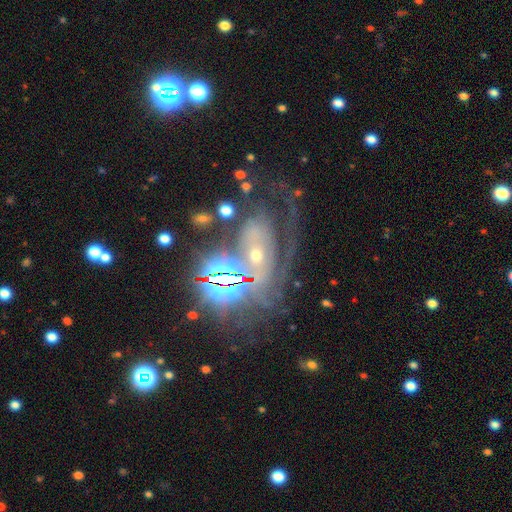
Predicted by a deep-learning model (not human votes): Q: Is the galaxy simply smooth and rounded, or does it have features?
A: featured or disk — 63%.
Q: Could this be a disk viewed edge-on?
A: no — 92%.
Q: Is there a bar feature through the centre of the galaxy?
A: no — 62%.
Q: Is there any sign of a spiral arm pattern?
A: yes — 74%.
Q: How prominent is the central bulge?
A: small — 60%.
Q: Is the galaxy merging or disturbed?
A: none — 42%.